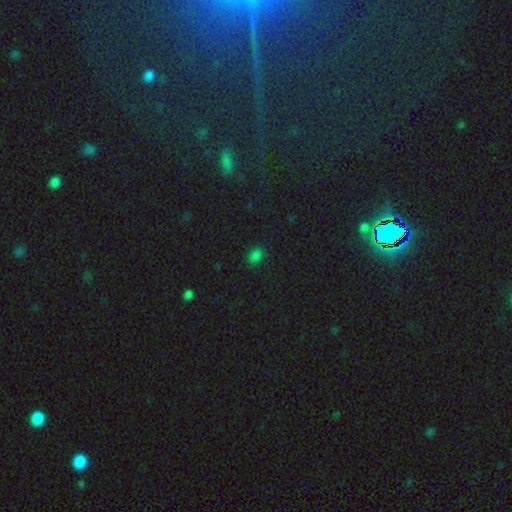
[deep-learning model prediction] Overall: smooth (75%). How rounded: in between (75%). Merging: none (84%).